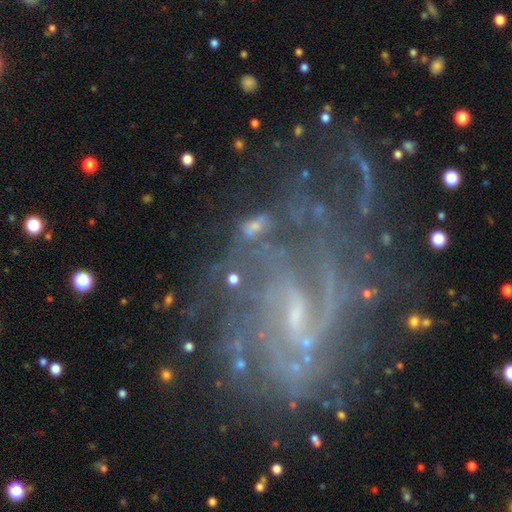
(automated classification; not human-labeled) The model was most divided on "spiral arm count": can't tell: 28%, 2: 24%, 3: 18%, 4: 12%, more than 4: 9%, 1: 8%. Remaining: edge-on disk — no (97%); spiral arms — yes (94%); smooth or featured — featured or disk (85%); bulge size — small (63%); merging — none (52%); bar — weak (52%); spiral winding — medium (44%).